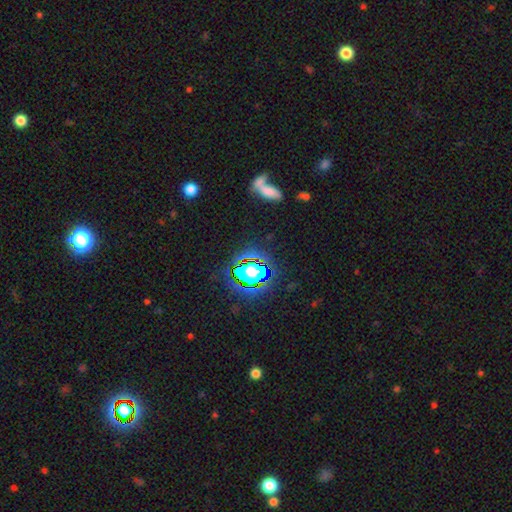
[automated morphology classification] type=star or artifact (68%).